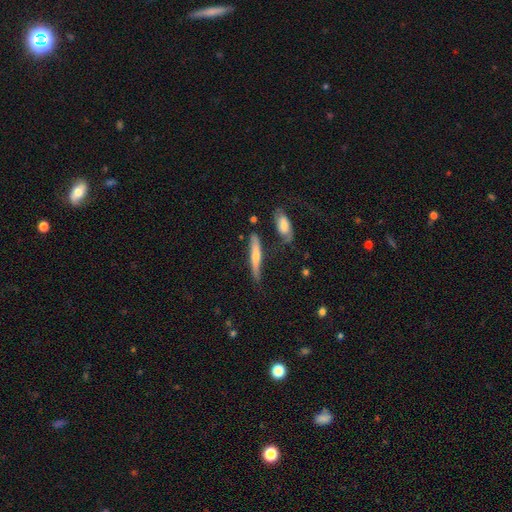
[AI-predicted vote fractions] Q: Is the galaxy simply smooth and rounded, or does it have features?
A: featured or disk — 55%.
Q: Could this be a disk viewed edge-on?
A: yes — 89%.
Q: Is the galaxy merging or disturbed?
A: none — 69%.